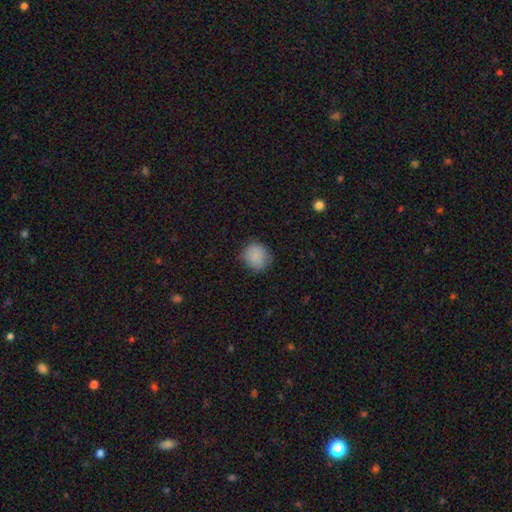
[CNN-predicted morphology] A smooth galaxy with no disk features (87%) that is round (85%).

Vote fractions:
- Smooth or featured? smooth: 87% / star or artifact: 9% / featured or disk: 5%
- How rounded? round: 85% / in between: 14% / cigar-shaped: 1%
- Merging? none: 79% / minor disturbance: 16% / major disturbance: 4% / merger: 1%